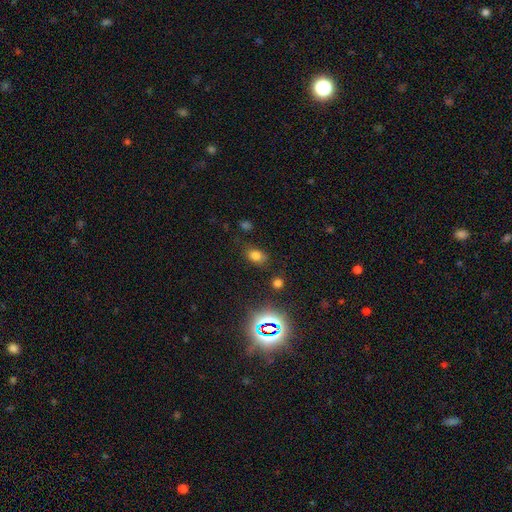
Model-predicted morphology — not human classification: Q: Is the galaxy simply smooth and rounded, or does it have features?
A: smooth — 73%.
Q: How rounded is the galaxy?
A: in between — 76%.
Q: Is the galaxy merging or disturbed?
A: none — 76%.